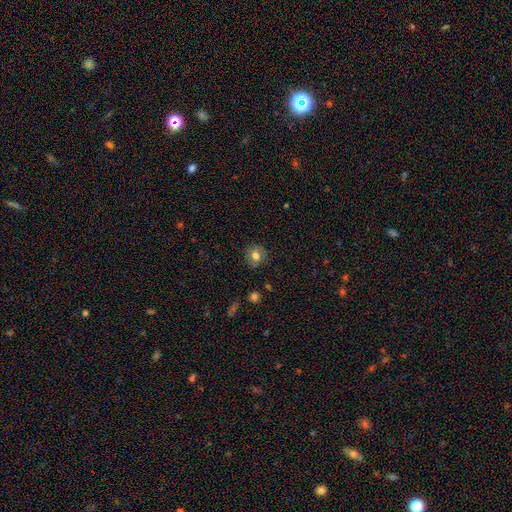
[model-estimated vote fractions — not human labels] Overall: smooth (72%). How rounded: round (82%). Merging: none (84%).